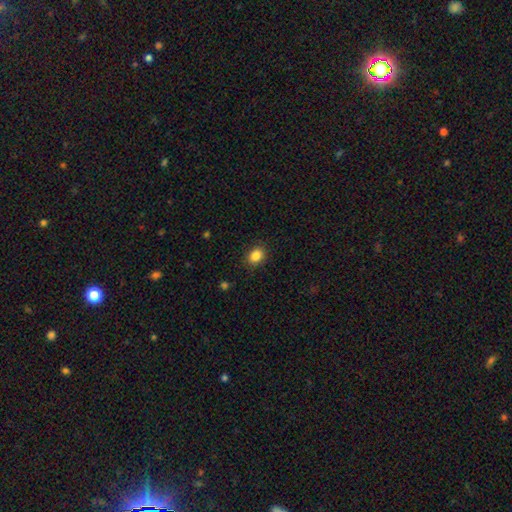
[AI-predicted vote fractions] The model was most divided on "how rounded": in between: 53%, round: 46%, cigar-shaped: 1%. More confident: merging — none (88%); smooth or featured — smooth (86%).